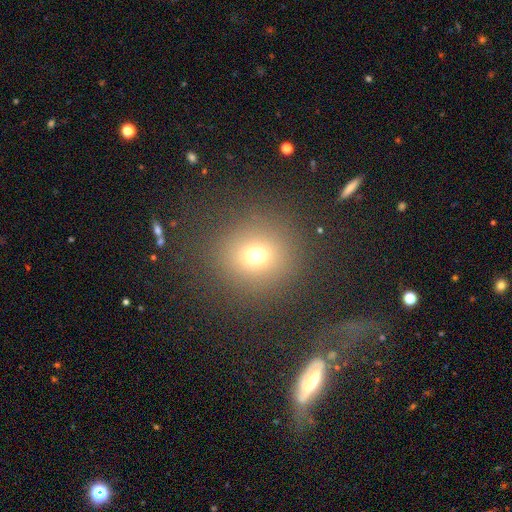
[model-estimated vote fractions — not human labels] A smooth galaxy with no disk features (69%) that is round (92%). Merging: none (87%).